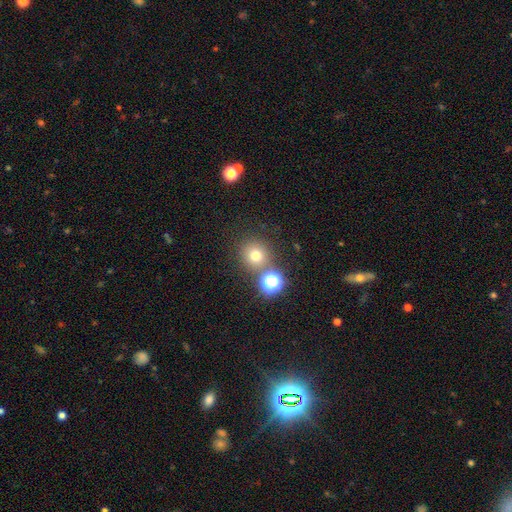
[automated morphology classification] A smooth galaxy with no disk features (72%) that is round (92%).

Vote fractions:
- Smooth or featured? smooth: 72% / star or artifact: 19% / featured or disk: 8%
- How rounded? round: 92% / in between: 7% / cigar-shaped: 1%
- Merging? none: 75% / merger: 14% / minor disturbance: 8% / major disturbance: 3%